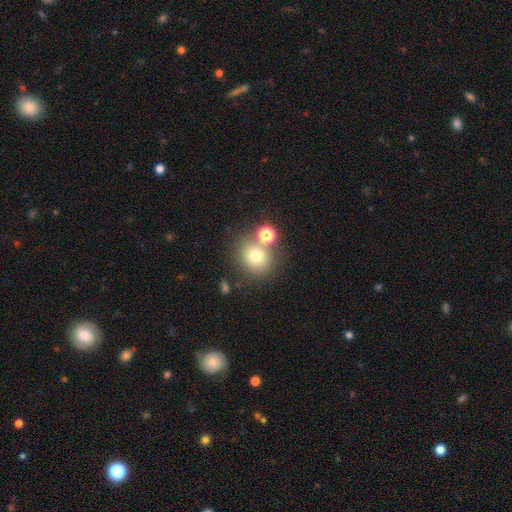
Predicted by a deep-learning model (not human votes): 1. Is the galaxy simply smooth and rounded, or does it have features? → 73% smooth, 15% star or artifact, 12% featured or disk.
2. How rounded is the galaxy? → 82% round, 17% in between, 1% cigar-shaped.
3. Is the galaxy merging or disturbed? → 65% none, 21% merger, 10% minor disturbance, 4% major disturbance.